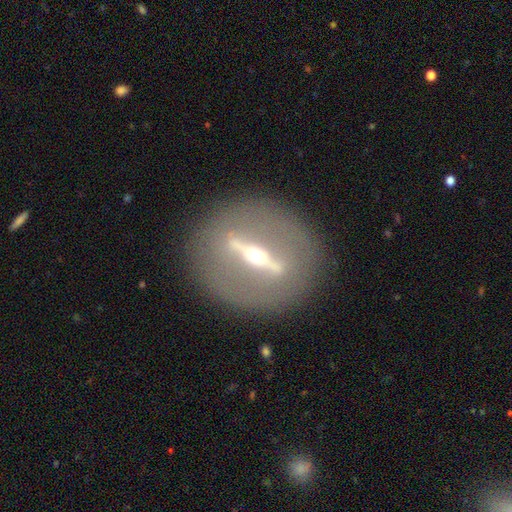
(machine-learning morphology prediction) Smooth or featured? Predicted: featured or disk (p=0.82). Edge-on disk? Predicted: yes (p=0.58). Merging? Predicted: none (p=0.87).